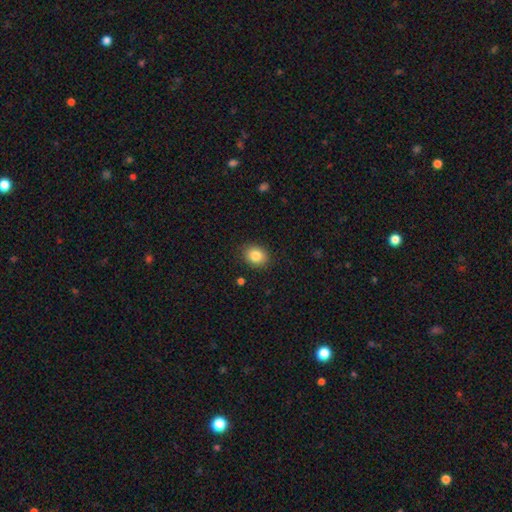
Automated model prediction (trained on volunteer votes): A smooth galaxy with no disk features (84%) that is round (51%).

Vote fractions:
- Smooth or featured? smooth: 84% / star or artifact: 9% / featured or disk: 7%
- How rounded? round: 51% / in between: 48% / cigar-shaped: 1%
- Merging? none: 89% / minor disturbance: 8% / major disturbance: 2% / merger: 1%